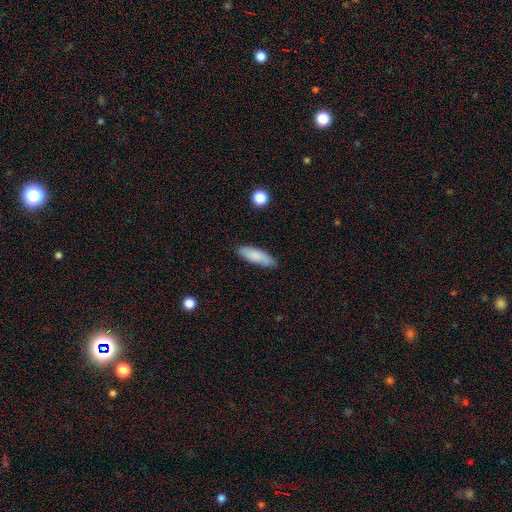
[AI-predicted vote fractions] Overall: smooth (83%). How rounded: in between (53%; cigar-shaped 45%). Merging: none (82%).